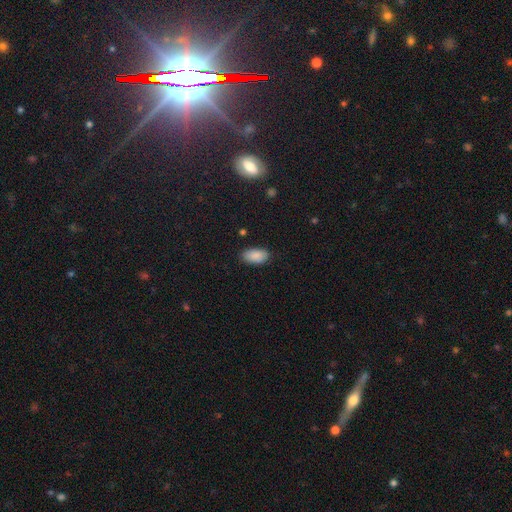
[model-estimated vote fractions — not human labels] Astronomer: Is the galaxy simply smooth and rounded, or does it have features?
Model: smooth — 89%.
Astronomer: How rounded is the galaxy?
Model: in between — 94%.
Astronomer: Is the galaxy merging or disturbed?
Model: none — 85%.